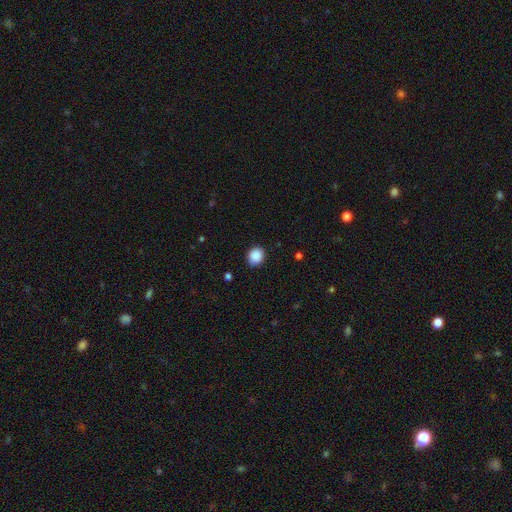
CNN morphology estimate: This appears to be a smooth galaxy with no disk features (89%) that is round (74%). Merging: none (89%).